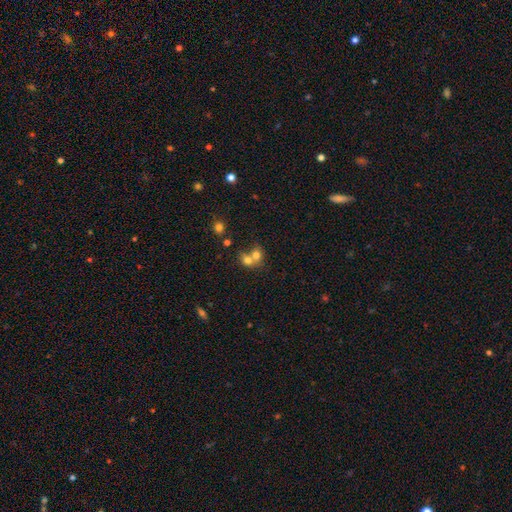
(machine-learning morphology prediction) Smooth or featured: smooth — 71% (featured or disk — 17%)
How rounded: round — 66% (in between — 33%)
Merging: merger — 65% (none — 26%)